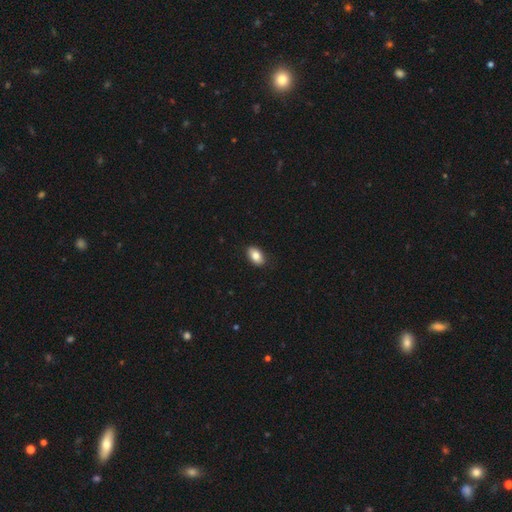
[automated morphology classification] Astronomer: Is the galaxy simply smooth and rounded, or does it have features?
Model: smooth — 82%.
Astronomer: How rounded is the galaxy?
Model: in between — 91%.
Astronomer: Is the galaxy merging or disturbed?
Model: none — 88%.